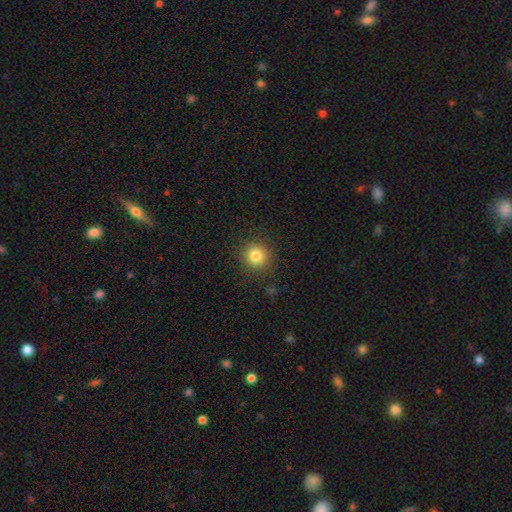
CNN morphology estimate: A smooth galaxy with no disk features (82%) that is round (93%).

Vote fractions:
- Smooth or featured? smooth: 82% / star or artifact: 12% / featured or disk: 6%
- How rounded? round: 93% / in between: 6% / cigar-shaped: 1%
- Merging? none: 89% / minor disturbance: 7% / major disturbance: 3% / merger: 1%